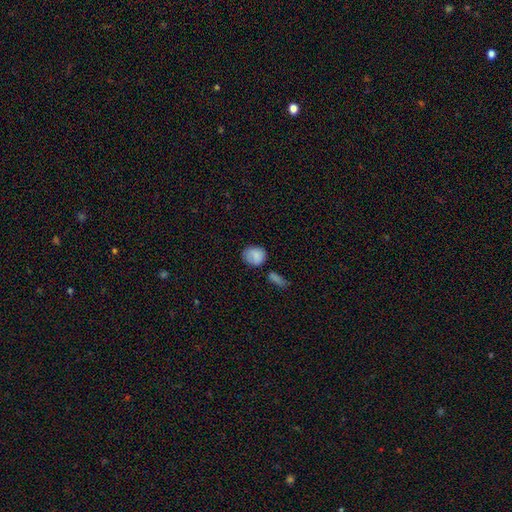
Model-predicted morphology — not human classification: smooth 84%, star or artifact 9%, featured or disk 7%. Down the decision tree: how rounded — round (61%); merging — none (62%).